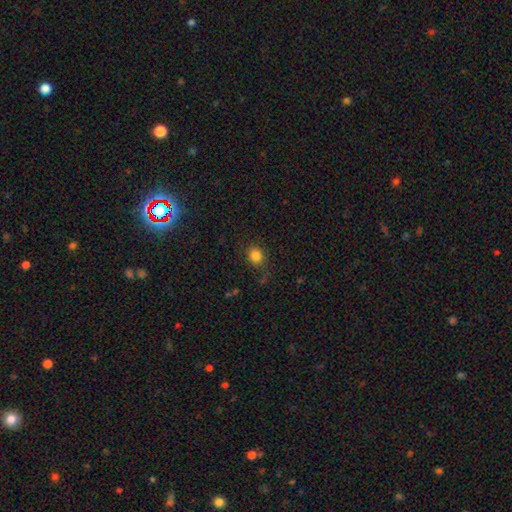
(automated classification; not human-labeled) smooth-or-featured: smooth: 82% | star or artifact: 12% | featured or disk: 5%
  how-rounded: round: 72% | in between: 27% | cigar-shaped: 1%
  merging: none: 79% | minor disturbance: 14% | major disturbance: 5% | merger: 2%